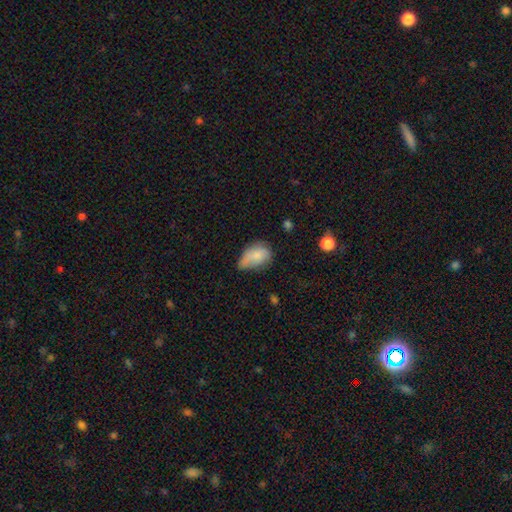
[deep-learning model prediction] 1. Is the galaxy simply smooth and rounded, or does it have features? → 77% smooth, 14% featured or disk, 8% star or artifact.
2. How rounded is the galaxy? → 86% in between, 12% round, 2% cigar-shaped.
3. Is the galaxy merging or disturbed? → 46% minor disturbance, 30% none, 19% major disturbance, 5% merger.